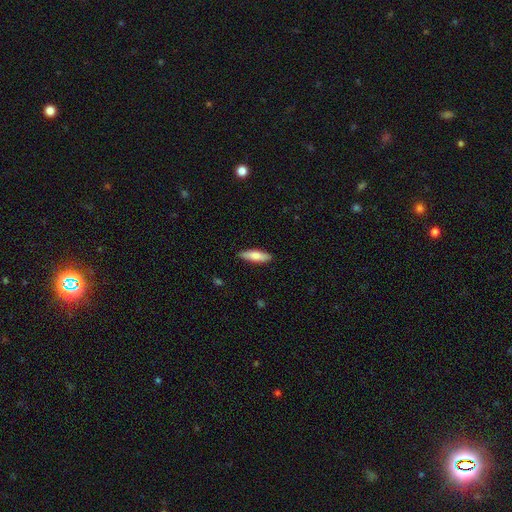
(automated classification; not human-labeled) smooth-or-featured: smooth: 77% | featured or disk: 18% | star or artifact: 5%
  how-rounded: cigar-shaped: 58% | in between: 40% | round: 2%
  merging: none: 89% | minor disturbance: 9% | major disturbance: 2% | merger: 1%